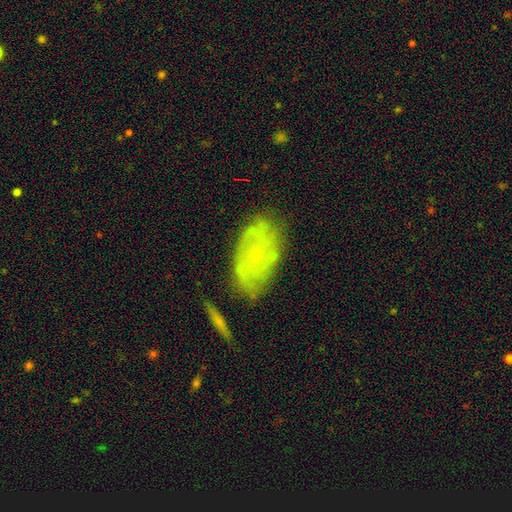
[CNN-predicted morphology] Smooth or featured? featured or disk (65%)
Edge-on disk? no (95%)
Bar? no (79%)
Spiral arms? yes (68%)
Bulge size? small (79%)
Merging? none (69%)